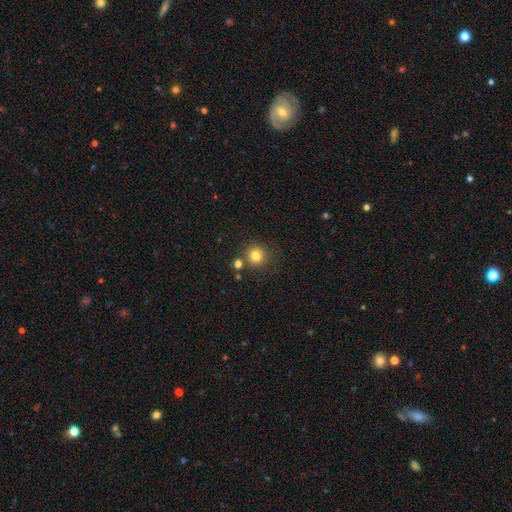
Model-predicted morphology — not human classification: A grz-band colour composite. It shows a smooth galaxy with no disk features (80%) that is round (92%). Merging: none (76%).